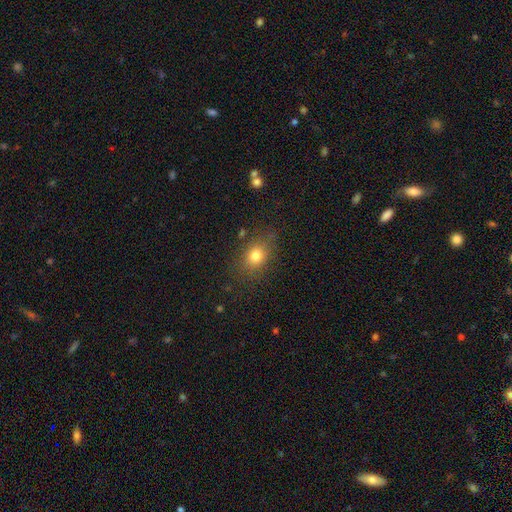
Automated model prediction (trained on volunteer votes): Smooth or featured? smooth (78%)
How rounded? in between (56%)
Merging? none (79%)